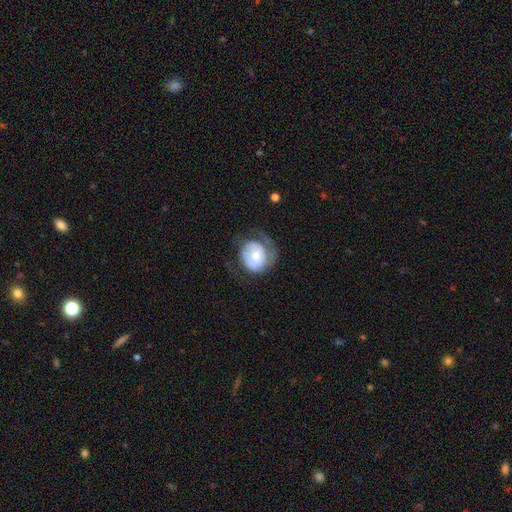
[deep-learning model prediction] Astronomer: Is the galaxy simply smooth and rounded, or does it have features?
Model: featured or disk — 52% (runner-up: smooth, 42%).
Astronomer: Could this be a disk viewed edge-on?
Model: no — 97%.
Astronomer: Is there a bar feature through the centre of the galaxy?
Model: no — 80%.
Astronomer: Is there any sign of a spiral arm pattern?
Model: yes — 63%.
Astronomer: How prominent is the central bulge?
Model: moderate — 55% (runner-up: small, 36%).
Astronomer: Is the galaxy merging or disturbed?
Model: none — 41% (runner-up: major disturbance, 32%).